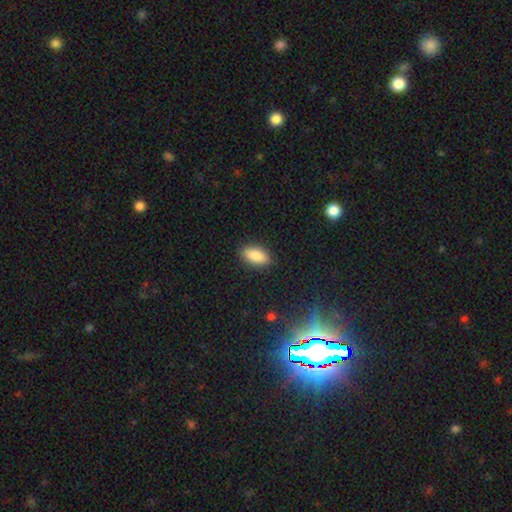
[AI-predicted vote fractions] The model was most divided on "merging": none: 88%, minor disturbance: 9%, major disturbance: 2%, merger: 1%. More confident: how rounded — in between (90%); smooth or featured — smooth (88%).